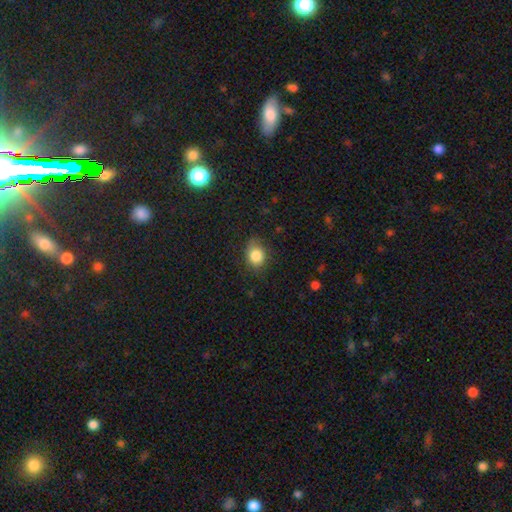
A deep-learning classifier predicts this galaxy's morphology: Smooth or featured: smooth — 84% (star or artifact — 10%)
How rounded: round — 52% (in between — 47%)
Merging: none — 74% (minor disturbance — 20%)